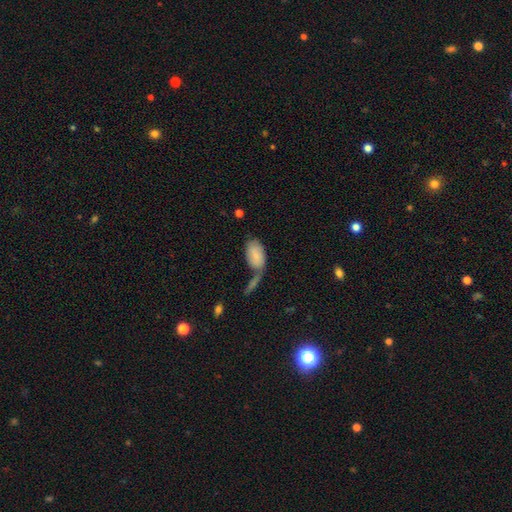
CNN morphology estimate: Overall: smooth (81%). How rounded: in between (94%). Merging: none (41%; merger 34%).